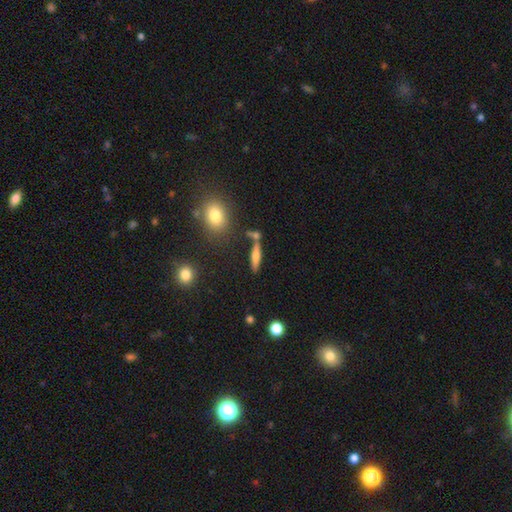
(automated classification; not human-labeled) This is possibly a smooth galaxy (56%). How rounded: likely cigar-shaped (78%). Merging: likely none (70%).